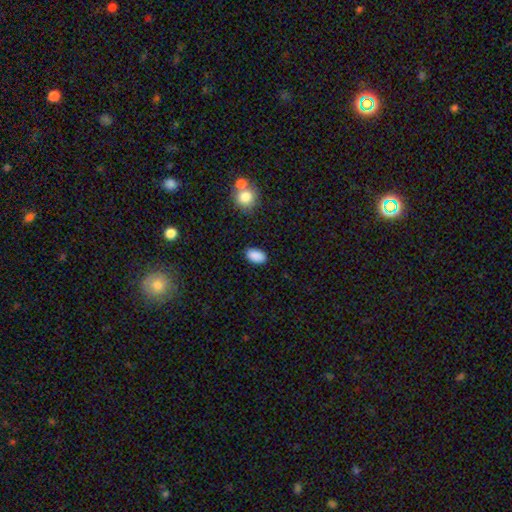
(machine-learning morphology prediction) Smooth or featured?
  - smooth: 89% *
  - star or artifact: 8%
  - featured or disk: 3%
How rounded?
  - in between: 93% *
  - round: 6%
  - cigar-shaped: 2%
Merging?
  - none: 86% *
  - minor disturbance: 9%
  - major disturbance: 2%
  - merger: 2%